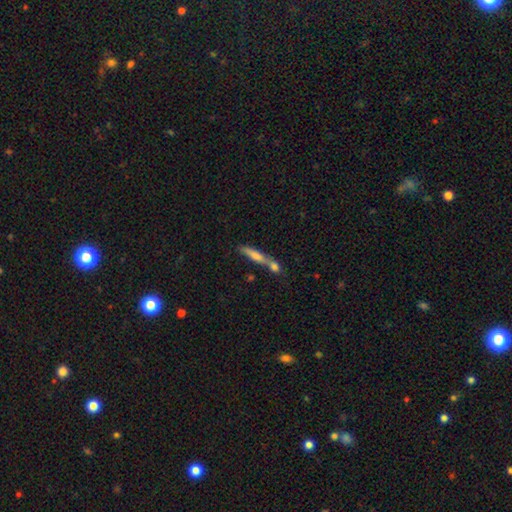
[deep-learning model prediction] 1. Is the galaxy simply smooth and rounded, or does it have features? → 48% smooth, 43% featured or disk, 9% star or artifact.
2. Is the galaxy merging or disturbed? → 49% none, 35% merger, 12% minor disturbance, 5% major disturbance.